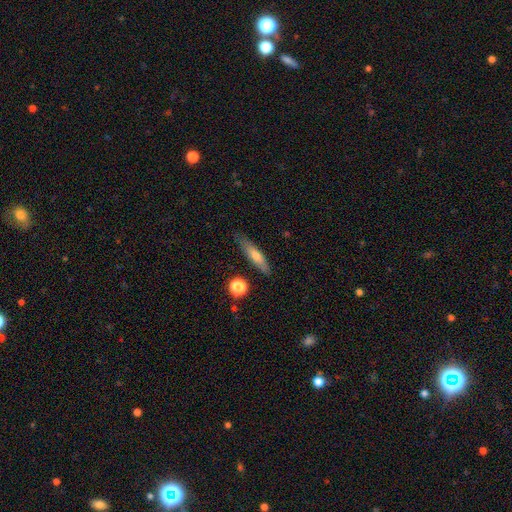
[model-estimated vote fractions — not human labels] This appears to be a smooth galaxy with no disk features (62%) that is cigar-shaped (79%). Merging: none (81%).